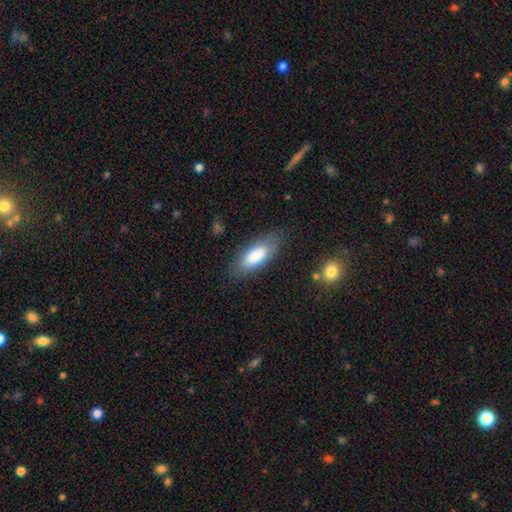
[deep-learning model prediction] smooth-or-featured: smooth: 81% | featured or disk: 13% | star or artifact: 6%
  how-rounded: in between: 79% | cigar-shaped: 19% | round: 2%
  merging: none: 81% | minor disturbance: 14% | major disturbance: 4% | merger: 1%